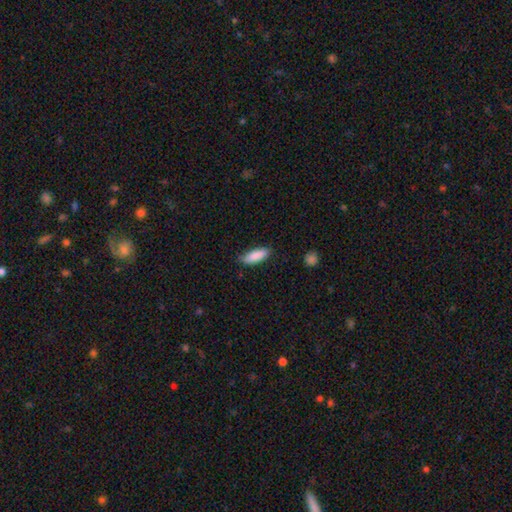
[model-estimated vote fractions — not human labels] Smooth or featured? Predicted: smooth (p=0.88). How rounded? Predicted: in between (p=0.62). Merging? Predicted: none (p=0.80).